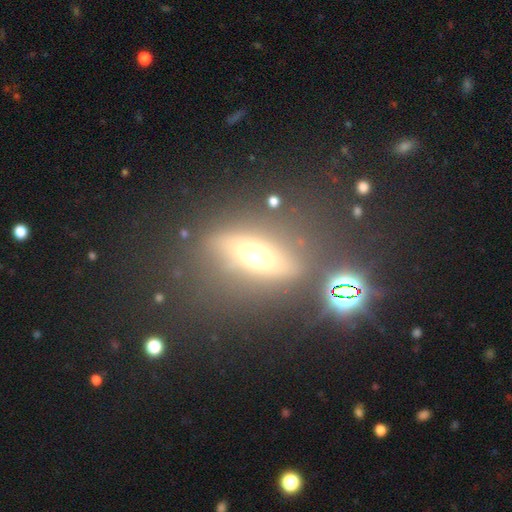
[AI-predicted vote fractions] Smooth or featured?
  - smooth: 46% *
  - featured or disk: 37%
  - star or artifact: 17%
Merging?
  - none: 74% *
  - minor disturbance: 13%
  - major disturbance: 8%
  - merger: 5%